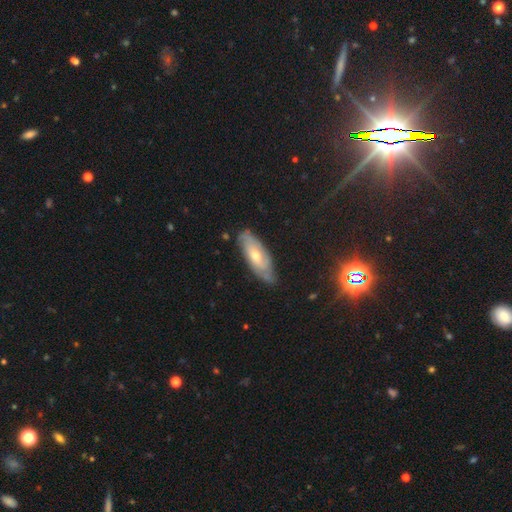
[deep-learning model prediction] Overall: featured or disk (63%; smooth 28%). Edge-on disk: no (79%). Merging: none (74%).